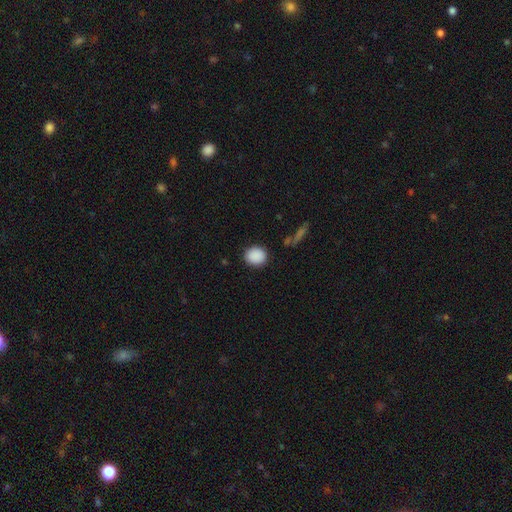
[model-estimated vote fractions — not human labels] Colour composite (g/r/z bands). It shows a smooth galaxy with no disk features (89%) that is round (75%). Merging: none (87%).